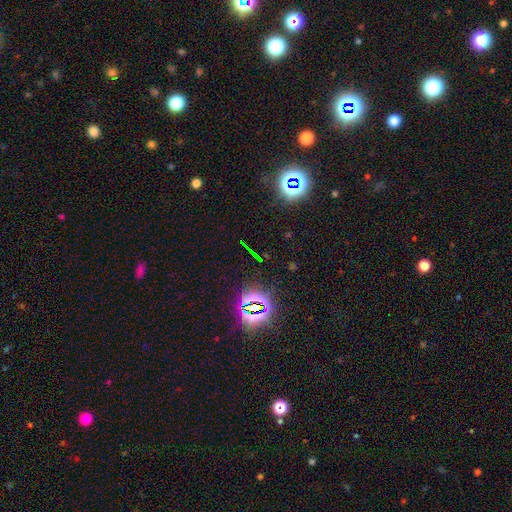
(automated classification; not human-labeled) A star or artifact, not a galaxy (73%).